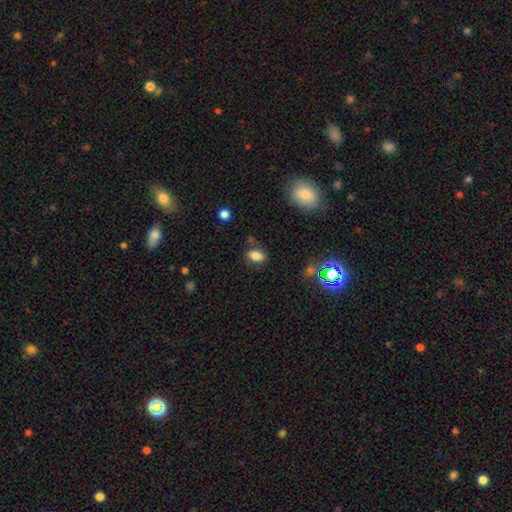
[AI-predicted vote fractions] The model was most divided on "merging": none: 75%, minor disturbance: 16%, major disturbance: 5%, merger: 4%. More confident: how rounded — in between (82%); smooth or featured — smooth (80%).